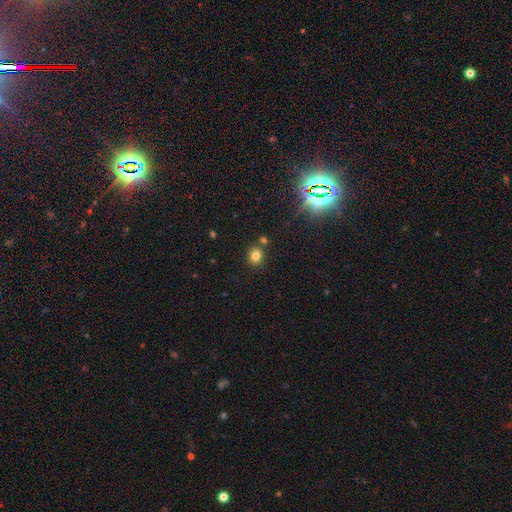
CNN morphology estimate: Smooth or featured?
  - smooth: 77% *
  - star or artifact: 17%
  - featured or disk: 7%
How rounded?
  - round: 77% *
  - in between: 22%
  - cigar-shaped: 1%
Merging?
  - none: 80% *
  - merger: 9%
  - minor disturbance: 9%
  - major disturbance: 3%